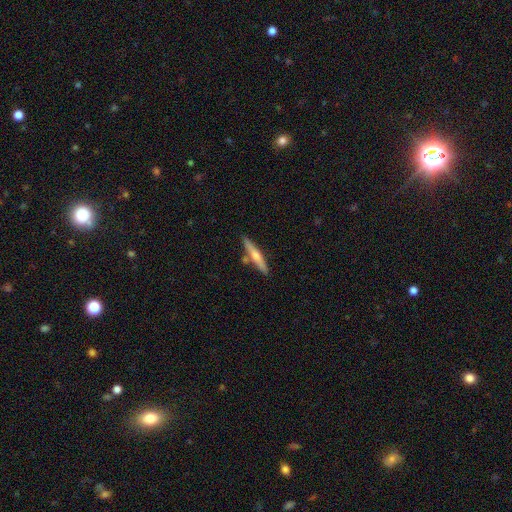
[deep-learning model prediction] This is possibly a smooth galaxy (48%). Merging: likely none (79%).